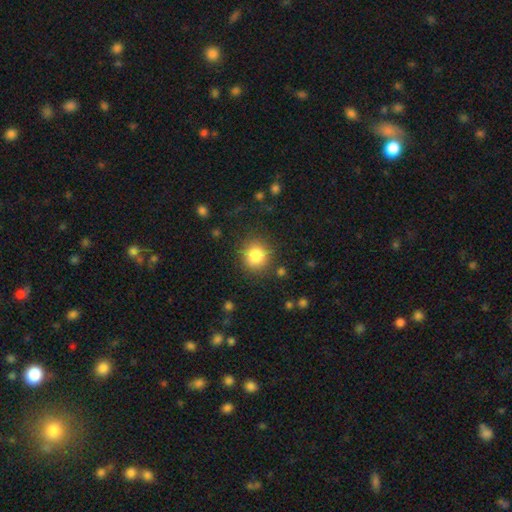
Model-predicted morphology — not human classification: Smooth or featured: smooth — 83% (star or artifact — 11%)
How rounded: round — 89% (in between — 10%)
Merging: none — 86% (minor disturbance — 9%)